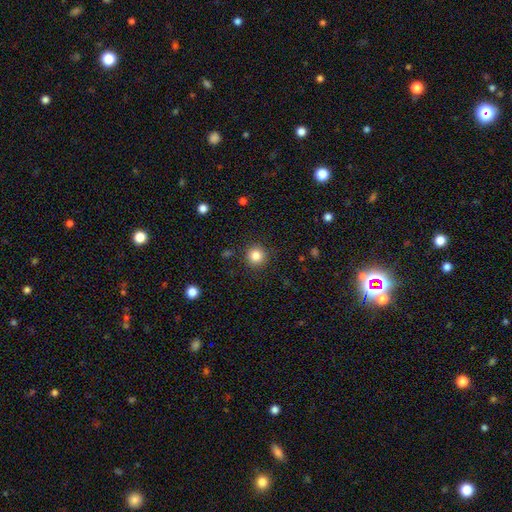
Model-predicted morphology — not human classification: smooth 84%, star or artifact 11%, featured or disk 5%. Down the decision tree: how rounded — round (95%); merging — none (91%).